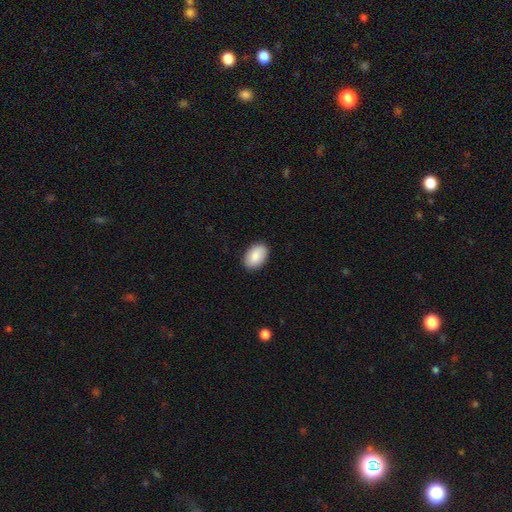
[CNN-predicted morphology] smooth_or_featured: smooth (p=0.87) [alt: featured or disk p=0.07]
how_rounded: in between (p=0.91) [alt: round p=0.08]
merging: none (p=0.89) [alt: minor disturbance p=0.08]